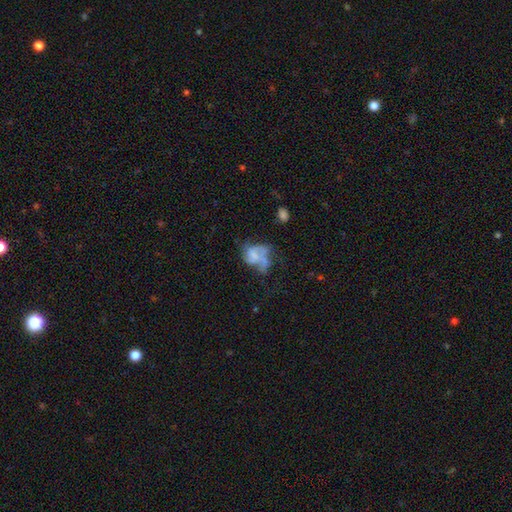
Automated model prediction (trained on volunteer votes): Smooth or featured? featured or disk (54%)
Edge-on disk? no (98%)
Bar? no (79%)
Spiral arms? no (55%)
Bulge size? none (49%)
Merging? major disturbance (38%)